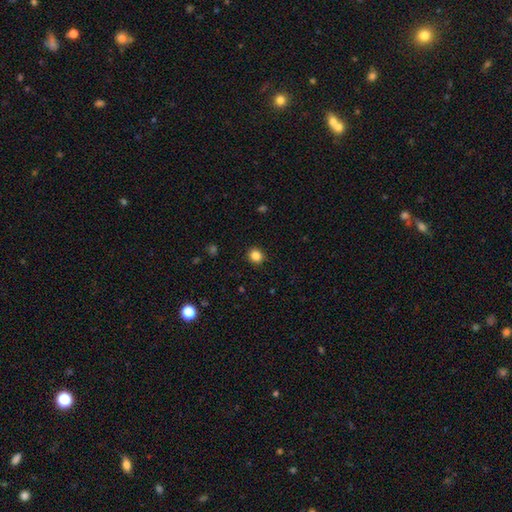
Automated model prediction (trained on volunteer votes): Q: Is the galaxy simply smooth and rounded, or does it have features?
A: smooth — 84%.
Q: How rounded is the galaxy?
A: round — 83%.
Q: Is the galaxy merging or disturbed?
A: none — 91%.